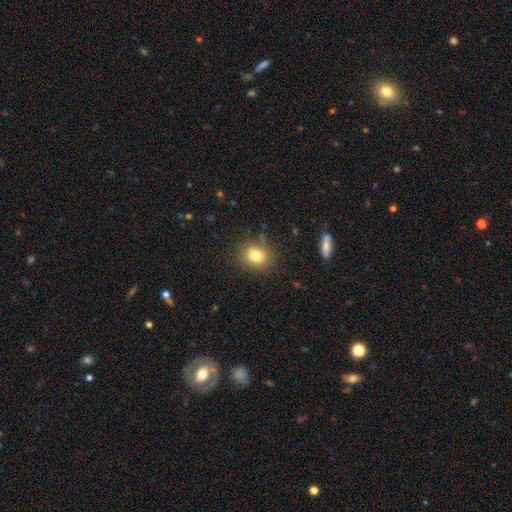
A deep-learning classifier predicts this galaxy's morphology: This appears to be a smooth galaxy with no disk features (79%) that is round (70%). Merging: none (83%).